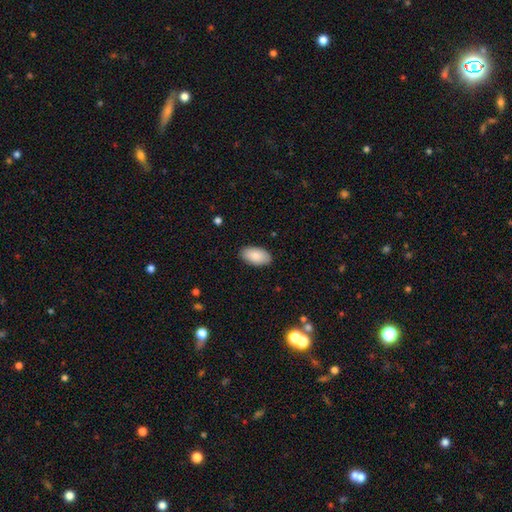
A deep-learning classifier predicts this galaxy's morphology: Smooth or featured: smooth — 87% (featured or disk — 7%)
How rounded: in between — 96% (round — 2%)
Merging: none — 88% (minor disturbance — 9%)